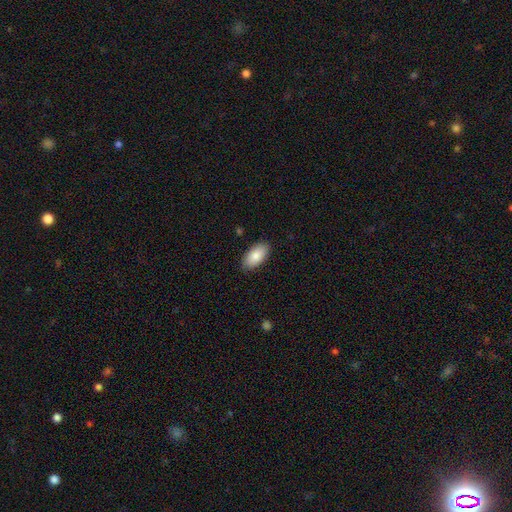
Q: Smooth or featured?
A: smooth (92%); runner-up: star or artifact (8%)
Q: How rounded?
A: in between (100%)
Q: Merging?
A: none (91%); runner-up: minor disturbance (6%)